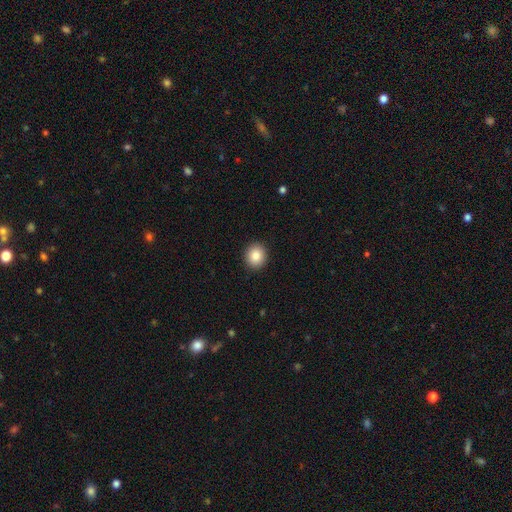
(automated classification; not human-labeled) This is clearly a smooth galaxy (86%). How rounded: likely round (79%). Merging: clearly none (92%).